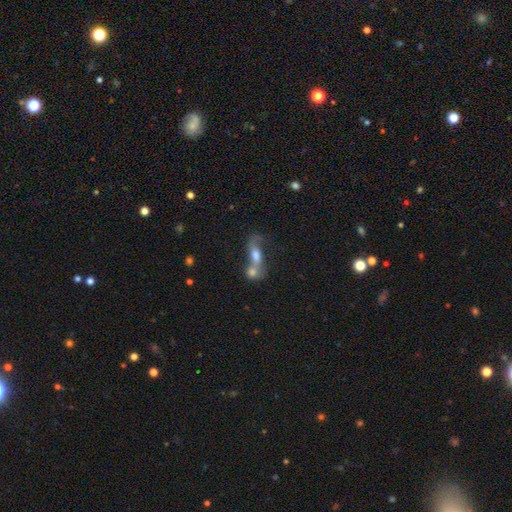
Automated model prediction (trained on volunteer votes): A smooth galaxy with no disk features (46%).

Vote fractions:
- Smooth or featured? smooth: 46% / featured or disk: 40% / star or artifact: 13%
- Merging? merger: 71% / none: 15% / major disturbance: 7% / minor disturbance: 6%